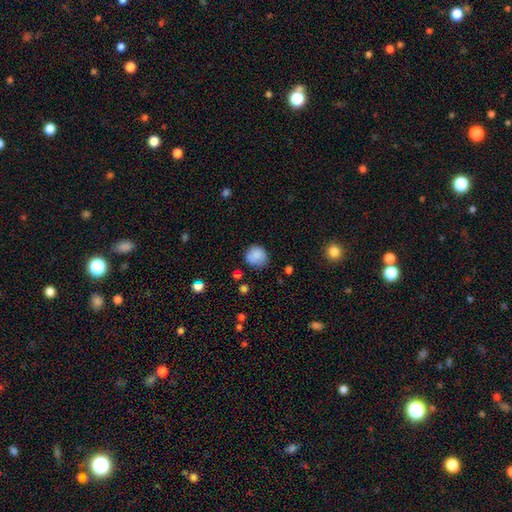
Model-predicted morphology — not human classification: A smooth galaxy with no disk features (86%) that is round (90%). Merging: none (77%).